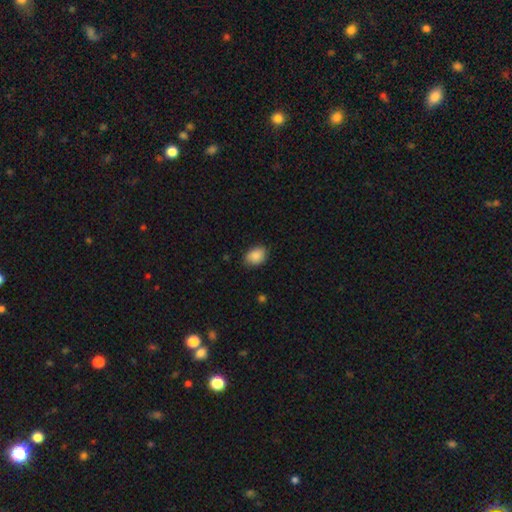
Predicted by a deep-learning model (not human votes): This appears to be a smooth galaxy with no disk features (88%) that is in between round and cigar-shaped (75%). Merging: none (82%).